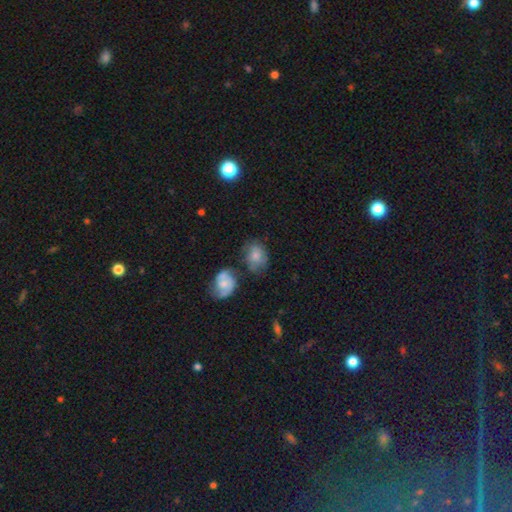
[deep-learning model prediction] Smooth or featured? Predicted: smooth (p=0.66). How rounded? Predicted: in between (p=0.59). Merging? Predicted: none (p=0.51).